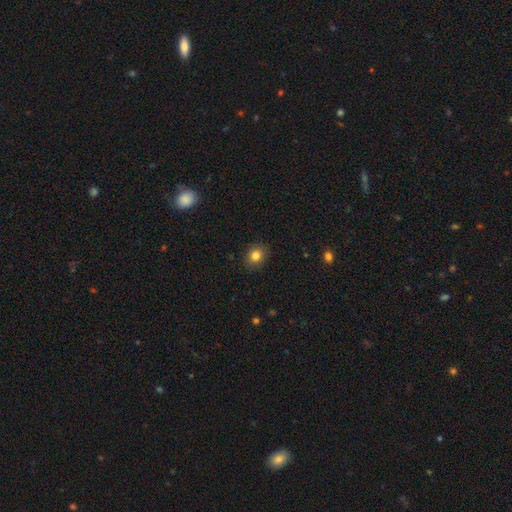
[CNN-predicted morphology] Overall: smooth (82%). How rounded: round (61%; in between 38%). Merging: none (89%).